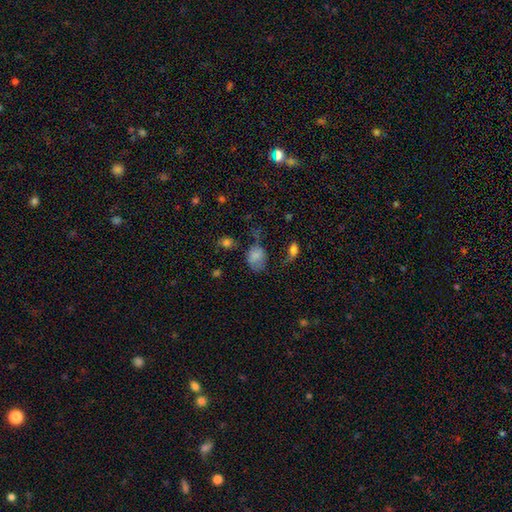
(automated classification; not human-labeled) Q: Smooth or featured?
A: smooth (74%); runner-up: featured or disk (13%)
Q: How rounded?
A: in between (59%); runner-up: round (40%)
Q: Merging?
A: none (41%); runner-up: minor disturbance (30%)